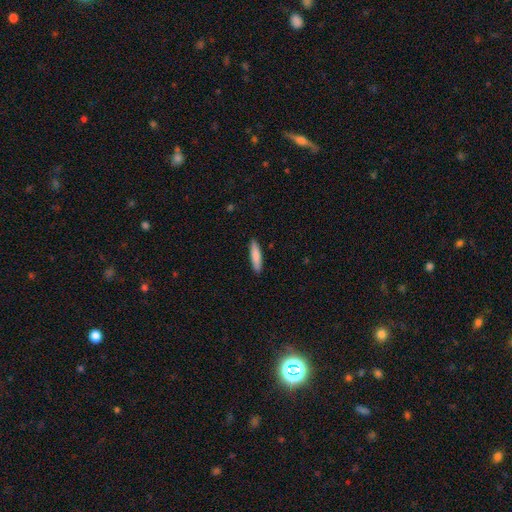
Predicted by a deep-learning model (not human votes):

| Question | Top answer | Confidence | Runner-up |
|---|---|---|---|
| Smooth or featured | smooth | 83% | featured or disk (12%) |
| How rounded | cigar-shaped | 80% | in between (18%) |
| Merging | none | 89% | minor disturbance (8%) |